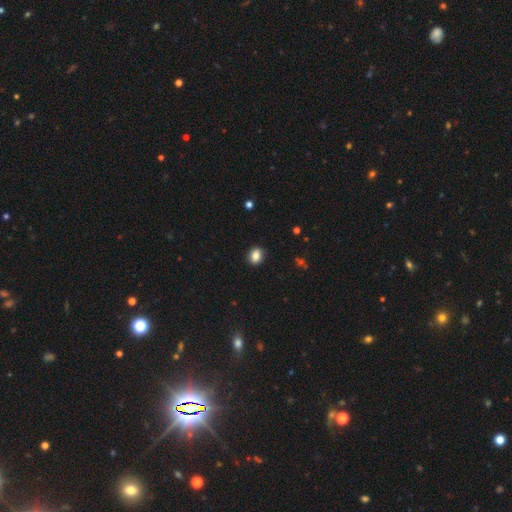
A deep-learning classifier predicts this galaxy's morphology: Smooth or featured?
  - smooth: 85% *
  - star or artifact: 9%
  - featured or disk: 6%
How rounded?
  - in between: 52% *
  - round: 47%
  - cigar-shaped: 1%
Merging?
  - none: 91% *
  - minor disturbance: 7%
  - major disturbance: 2%
  - merger: 1%